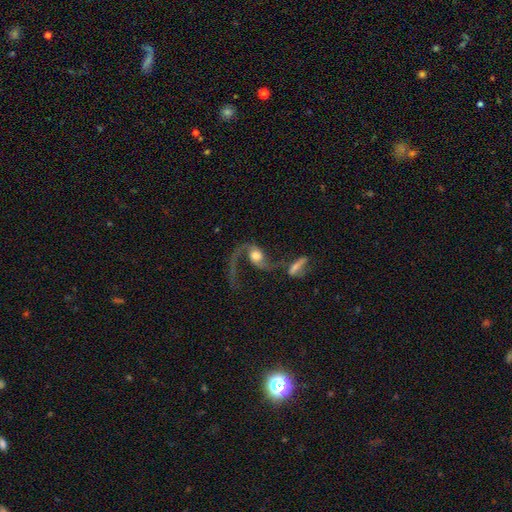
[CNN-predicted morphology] A featured or disk galaxy (81%) with no bar (62%), 2 (70%) loose (81%) spiral arms (92%) and a moderate central bulge (56%). Merging: none (31%).